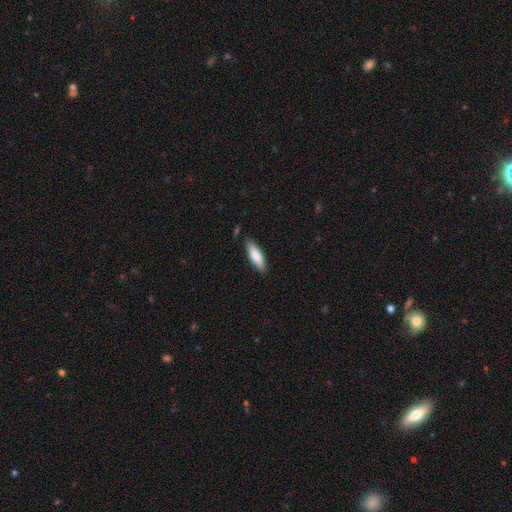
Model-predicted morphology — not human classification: A smooth galaxy with no disk features (78%) that is cigar-shaped (57%). Merging: none (84%).